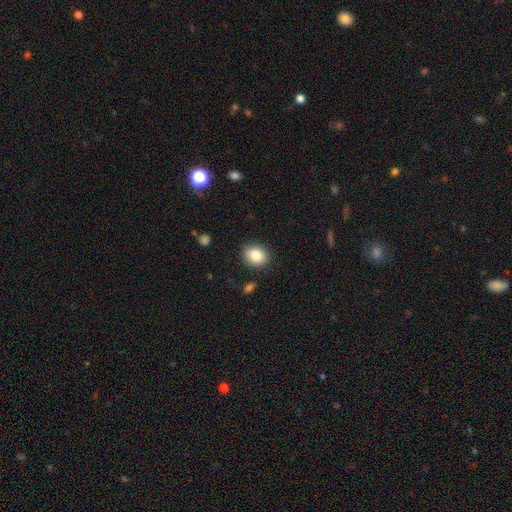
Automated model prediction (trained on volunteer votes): smooth-or-featured: smooth: 84% | star or artifact: 9% | featured or disk: 8%
  how-rounded: round: 55% | in between: 44% | cigar-shaped: 1%
  merging: none: 87% | minor disturbance: 9% | major disturbance: 2% | merger: 2%